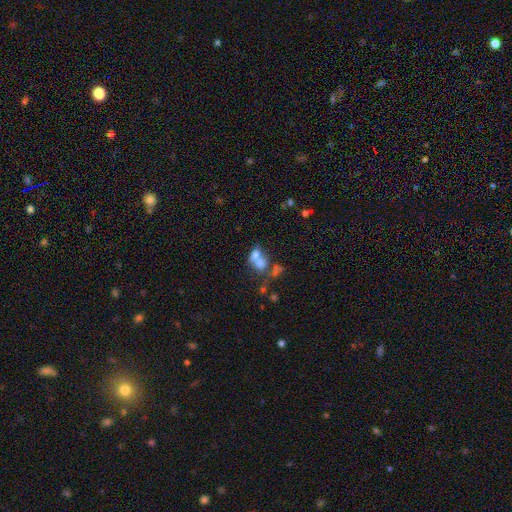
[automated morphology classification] Overall: smooth (65%). How rounded: in between (55%; round 43%). Merging: merger (66%).